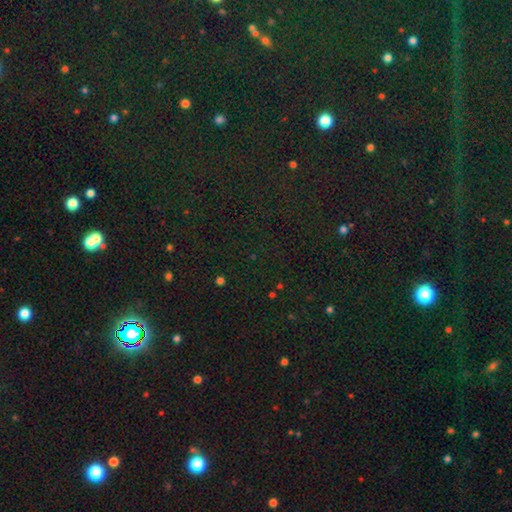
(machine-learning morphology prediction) type=star or artifact (79%).